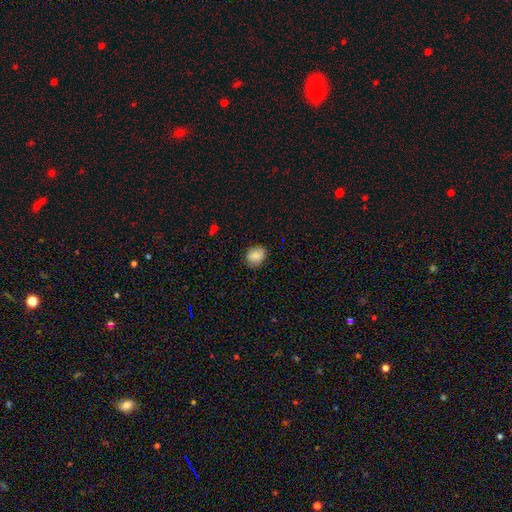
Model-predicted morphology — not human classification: Smooth or featured? smooth (81%)
How rounded? round (53%)
Merging? none (80%)